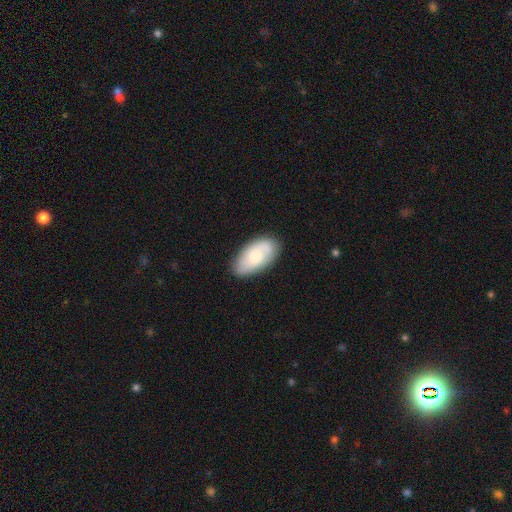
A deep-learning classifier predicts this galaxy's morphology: This appears to be a smooth galaxy with no disk features (55%) that is in between round and cigar-shaped (94%). Merging: none (78%).